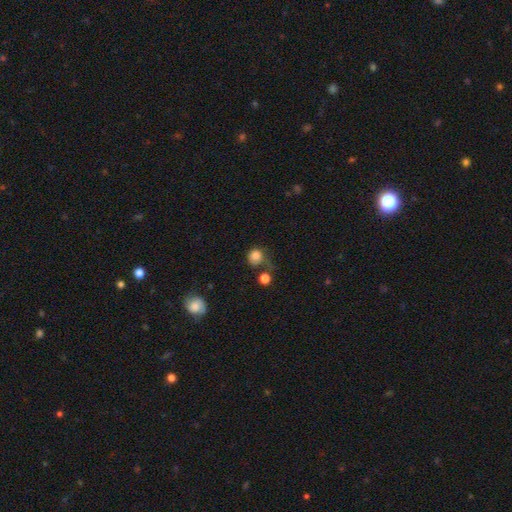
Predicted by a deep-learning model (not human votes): Overall: smooth (81%). How rounded: round (86%). Merging: none (51%; minor disturbance 20%).